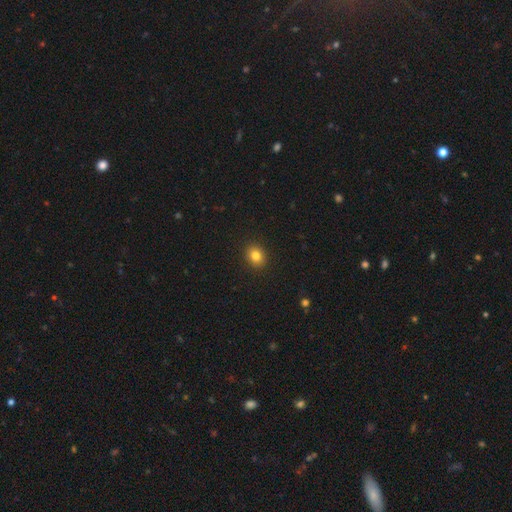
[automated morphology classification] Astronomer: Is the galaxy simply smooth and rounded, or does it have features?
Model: smooth — 83%.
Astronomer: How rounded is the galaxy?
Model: round — 55% (runner-up: in between, 44%).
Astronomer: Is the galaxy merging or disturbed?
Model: none — 91%.